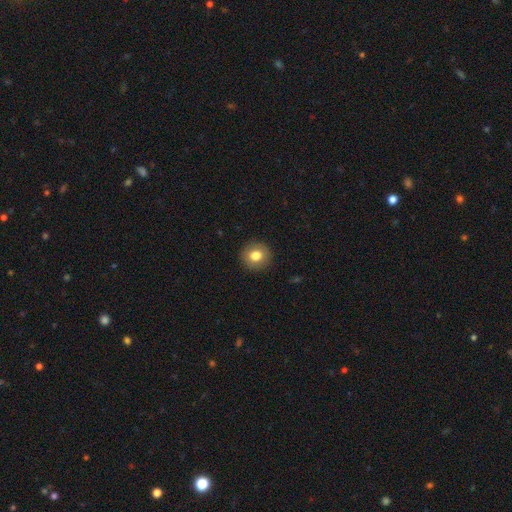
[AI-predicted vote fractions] smooth 79%, featured or disk 12%, star or artifact 9%. Down the decision tree: how rounded — round (90%); merging — none (91%).